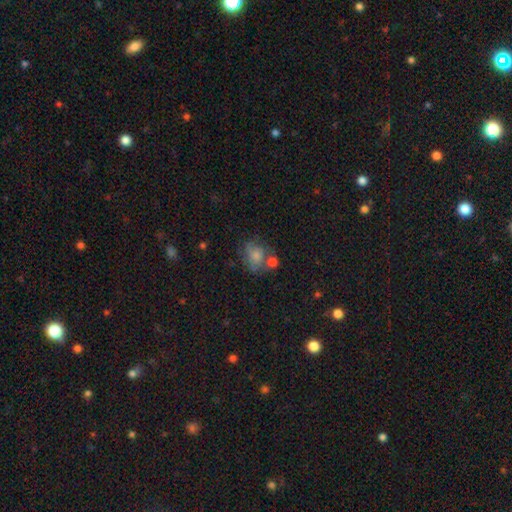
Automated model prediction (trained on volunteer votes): Smooth or featured? smooth (66%)
How rounded? round (55%)
Merging? none (40%)